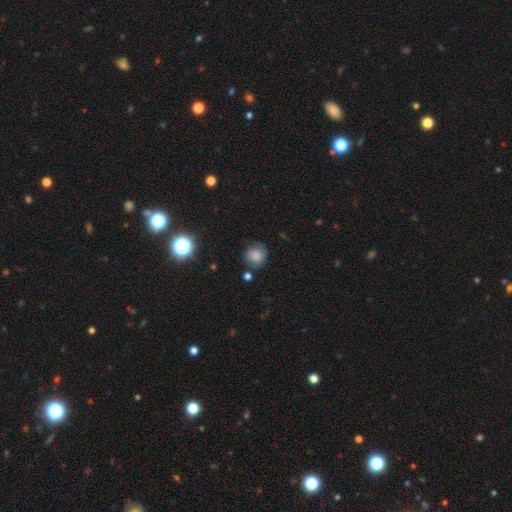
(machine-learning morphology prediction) smooth_or_featured: smooth (p=0.78) [alt: star or artifact p=0.13]
how_rounded: round (p=0.86) [alt: in between p=0.13]
merging: none (p=0.74) [alt: minor disturbance p=0.17]